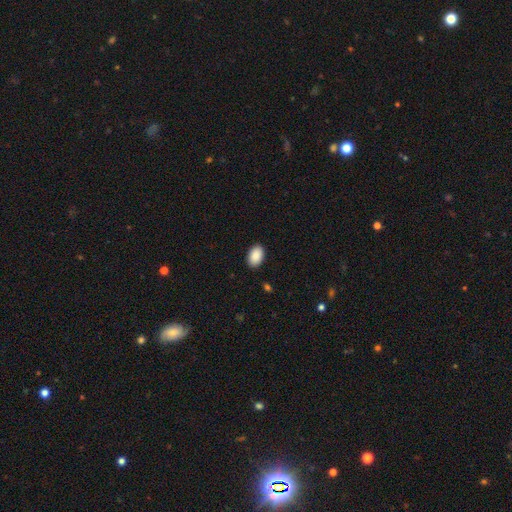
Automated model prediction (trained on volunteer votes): This appears to be a smooth galaxy with no disk features (90%) that is in between round and cigar-shaped (91%). Merging: none (89%).